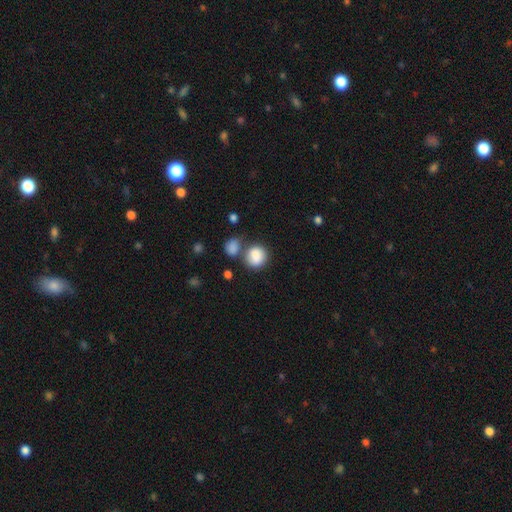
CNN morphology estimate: Smooth or featured: smooth — 86% (star or artifact — 8%)
How rounded: round — 73% (in between — 26%)
Merging: none — 51% (merger — 28%)